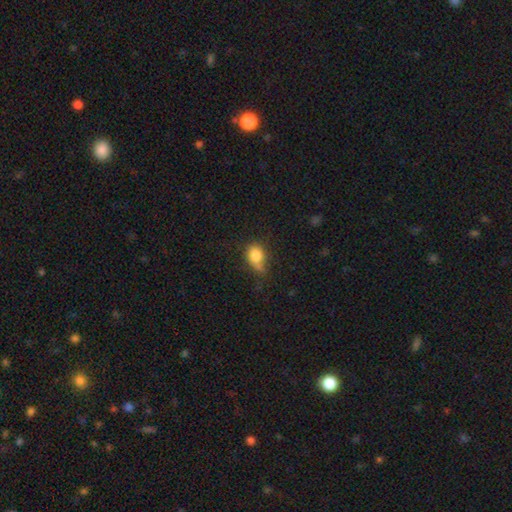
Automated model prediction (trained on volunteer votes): Smooth or featured? smooth (80%)
How rounded? in between (58%)
Merging? minor disturbance (39%)